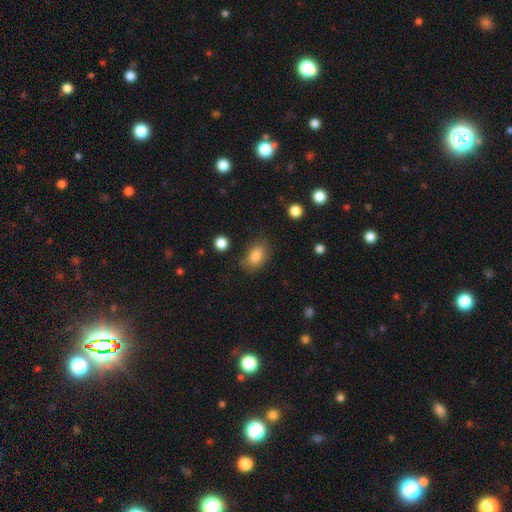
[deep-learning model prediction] smooth-or-featured: smooth: 83% | star or artifact: 9% | featured or disk: 8%
  how-rounded: in between: 80% | round: 18% | cigar-shaped: 2%
  merging: none: 72% | minor disturbance: 20% | major disturbance: 6% | merger: 3%